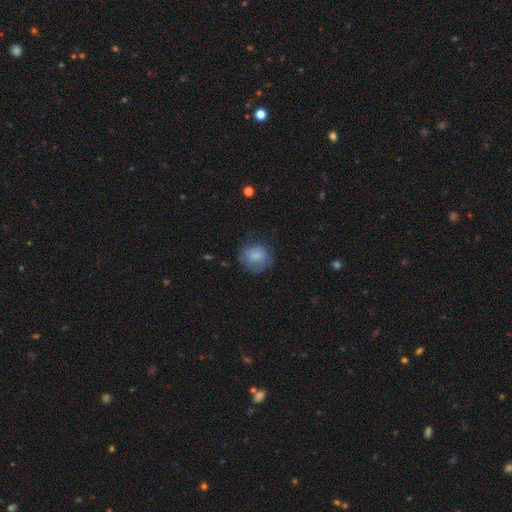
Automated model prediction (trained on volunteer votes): Smooth or featured?
  - smooth: 77% *
  - featured or disk: 14%
  - star or artifact: 8%
How rounded?
  - round: 85% *
  - in between: 14%
  - cigar-shaped: 1%
Merging?
  - none: 67% *
  - minor disturbance: 22%
  - major disturbance: 10%
  - merger: 1%